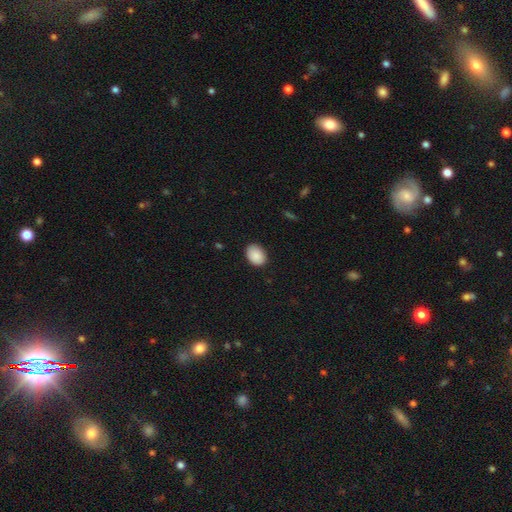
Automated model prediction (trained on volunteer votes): Overall: smooth (90%). How rounded: in between (75%). Merging: none (87%).